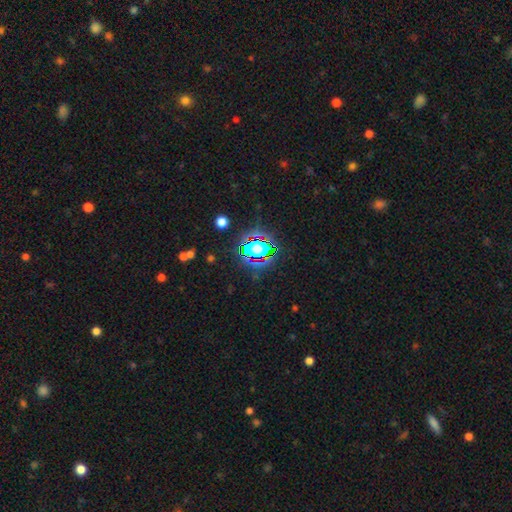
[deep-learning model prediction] Smooth or featured? star or artifact (59%)